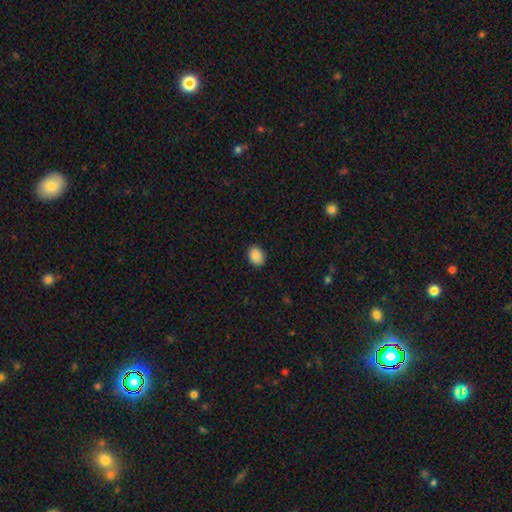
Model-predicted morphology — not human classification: smooth 89%, star or artifact 8%, featured or disk 3%. Down the decision tree: how rounded — in between (71%); merging — none (88%).